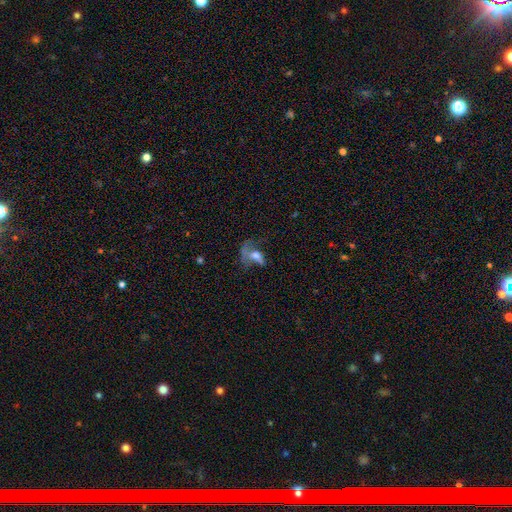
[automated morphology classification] Overall: featured or disk (43%; smooth 42%). Merging: major disturbance (53%; none 21%).